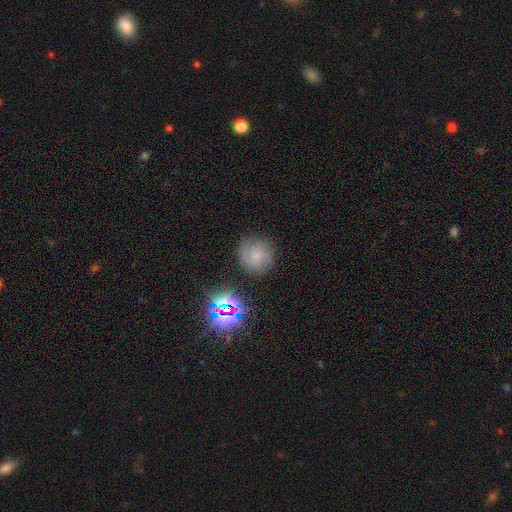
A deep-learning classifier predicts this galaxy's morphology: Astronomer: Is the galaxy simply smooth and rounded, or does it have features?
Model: smooth — 50% (runner-up: featured or disk, 31%).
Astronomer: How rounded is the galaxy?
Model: round — 89%.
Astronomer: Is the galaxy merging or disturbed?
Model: none — 77%.